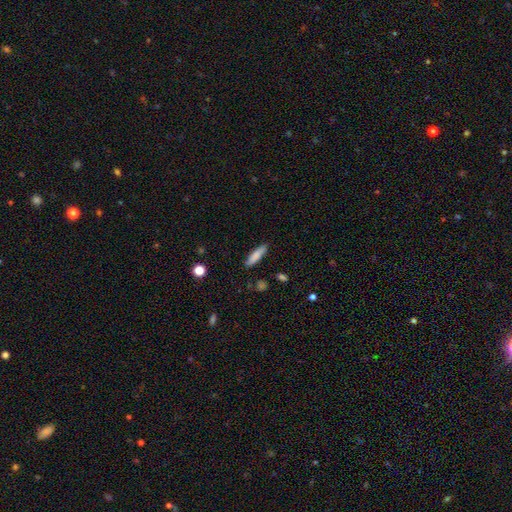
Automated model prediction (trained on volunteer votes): smooth 81%, featured or disk 13%, star or artifact 7%. Down the decision tree: how rounded — cigar-shaped (79%); merging — none (87%).